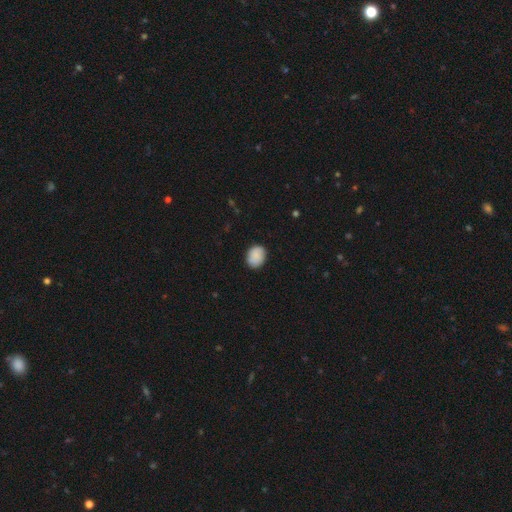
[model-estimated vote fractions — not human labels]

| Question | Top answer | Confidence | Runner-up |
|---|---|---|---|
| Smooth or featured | smooth | 87% | star or artifact (7%) |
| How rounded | in between | 54% | round (45%) |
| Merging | none | 82% | minor disturbance (14%) |